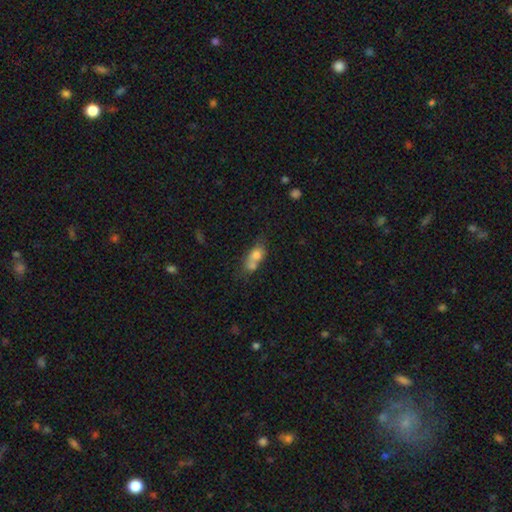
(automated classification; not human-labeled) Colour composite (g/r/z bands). It shows a smooth galaxy with no disk features (68%) that is in between round and cigar-shaped (56%). Merging: merger (56%).